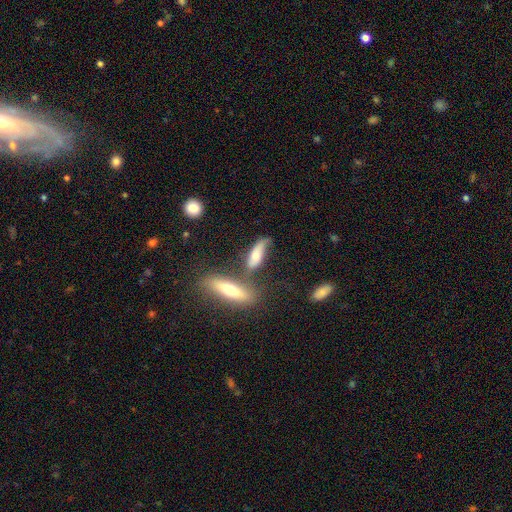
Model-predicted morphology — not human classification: type=smooth (56%); roundness=in between (53%); merging=none (35%).